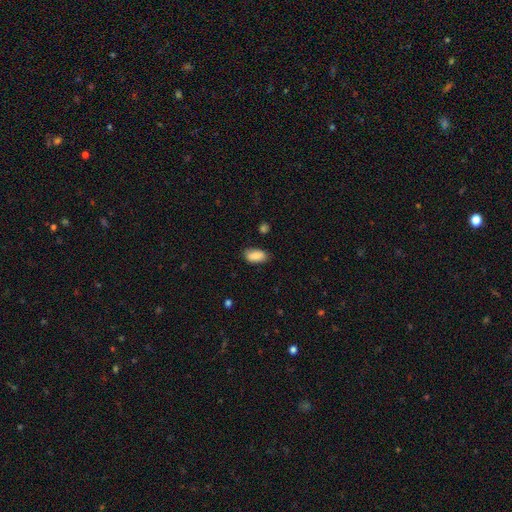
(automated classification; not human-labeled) Morphology: type=smooth (88%); roundness=in between (93%); merging=none (82%).